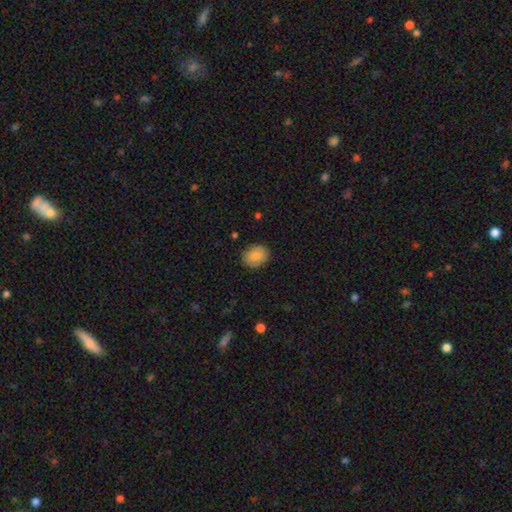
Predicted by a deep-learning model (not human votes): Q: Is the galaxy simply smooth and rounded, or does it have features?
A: smooth — 85%.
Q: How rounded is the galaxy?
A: in between — 54%.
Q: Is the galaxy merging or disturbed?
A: none — 85%.